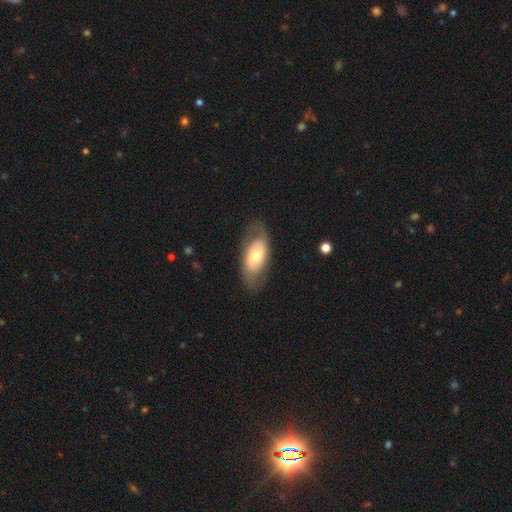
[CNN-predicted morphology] This appears to be a smooth galaxy with no disk features (53%) that is in between round and cigar-shaped (90%). Merging: none (70%).